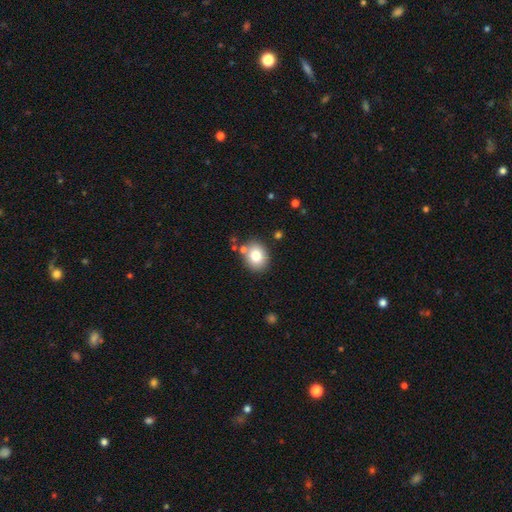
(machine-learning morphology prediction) smooth_or_featured: smooth (p=0.80) [alt: featured or disk p=0.10]
how_rounded: round (p=0.63) [alt: in between p=0.36]
merging: none (p=0.79) [alt: minor disturbance p=0.11]